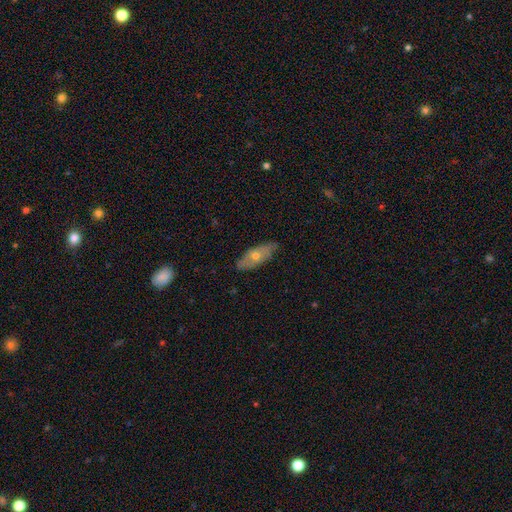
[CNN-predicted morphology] Smooth or featured: featured or disk — 50% (smooth — 44%)
Merging: none — 79% (minor disturbance — 17%)